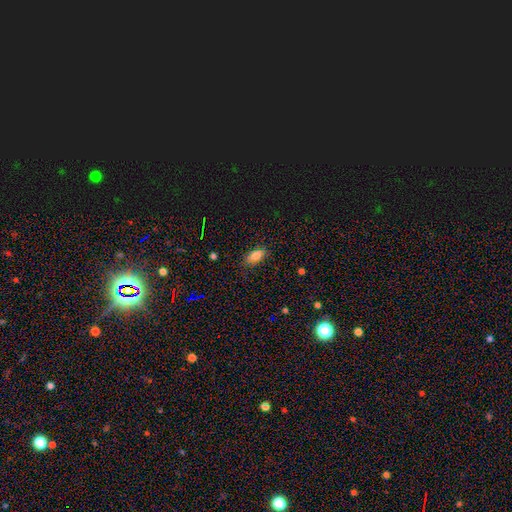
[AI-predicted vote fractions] This is likely a smooth galaxy (77%). How rounded: clearly in between (83%). Merging: clearly none (81%).